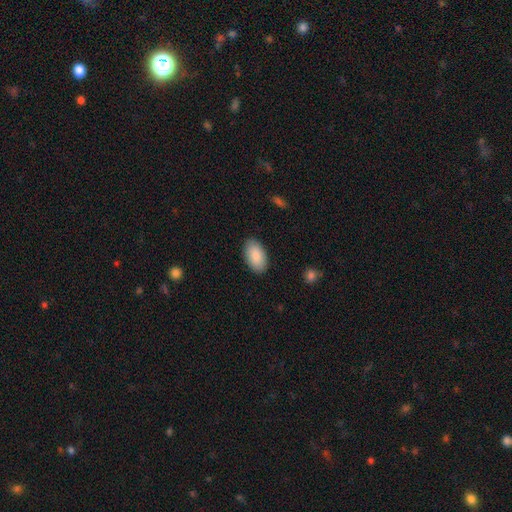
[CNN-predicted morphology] Smooth or featured? smooth (89%)
How rounded? in between (95%)
Merging? none (88%)